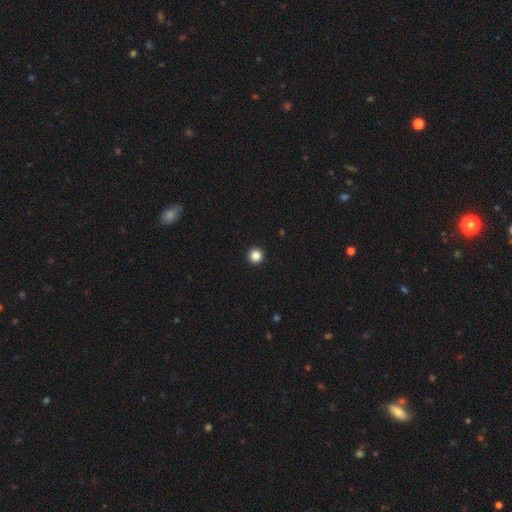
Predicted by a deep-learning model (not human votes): Smooth or featured?
  - smooth: 86% *
  - star or artifact: 11%
  - featured or disk: 3%
How rounded?
  - round: 97% *
  - in between: 2%
  - cigar-shaped: 1%
Merging?
  - none: 94% *
  - minor disturbance: 3%
  - major disturbance: 1%
  - merger: 1%